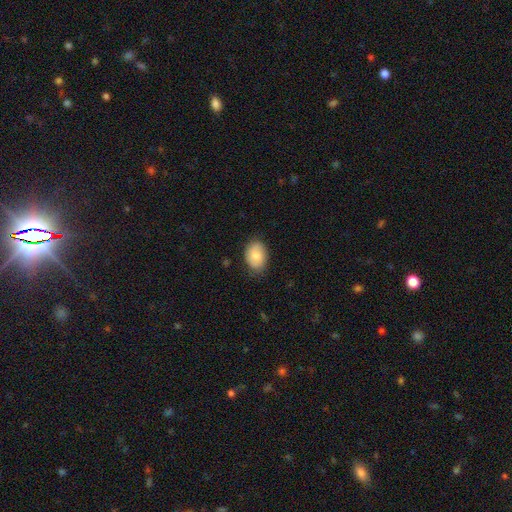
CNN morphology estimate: Overall: smooth (79%). How rounded: in between (78%). Merging: none (79%).